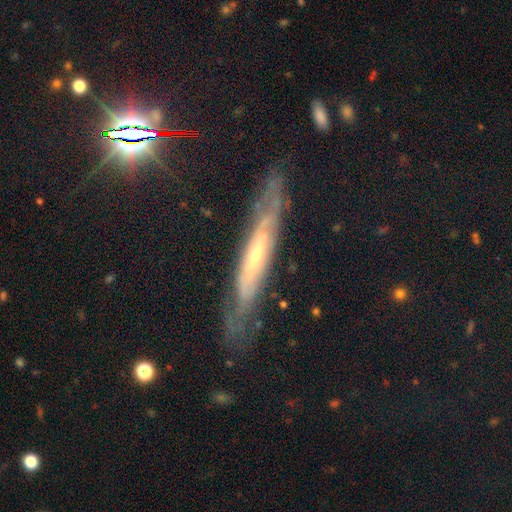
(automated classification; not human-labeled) Q: Smooth or featured?
A: featured or disk (73%); runner-up: smooth (16%)
Q: Edge-on disk?
A: yes (63%); runner-up: no (37%)
Q: Merging?
A: none (76%); runner-up: minor disturbance (17%)